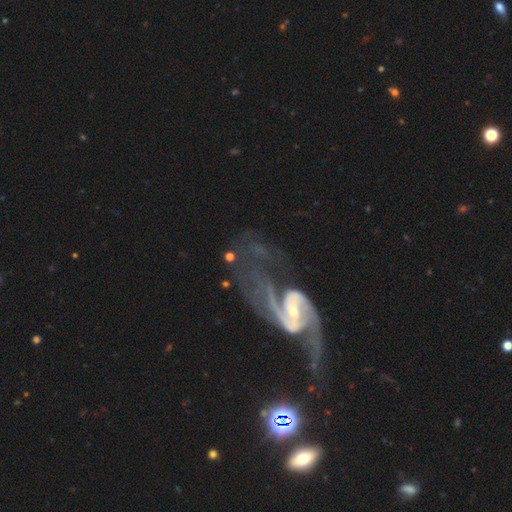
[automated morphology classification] Smooth or featured? featured or disk (89%)
Edge-on disk? no (97%)
Bar? weak (44%)
Spiral arms? yes (94%)
Spiral winding? loose (47%)
Spiral arm count? 2 (86%)
Bulge size? small (65%)
Merging? none (36%)